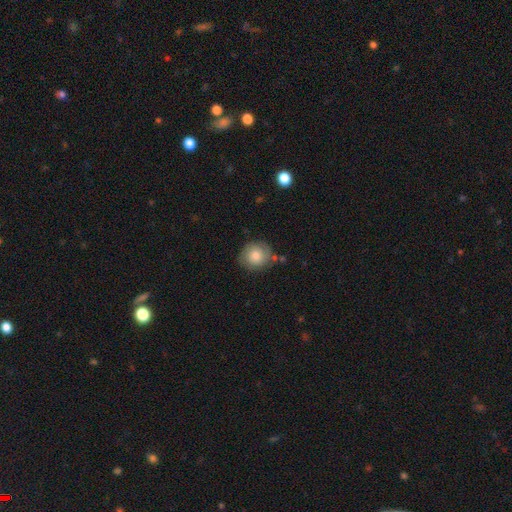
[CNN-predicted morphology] smooth 71%, featured or disk 21%, star or artifact 8%. Down the decision tree: how rounded — round (85%); merging — none (73%).